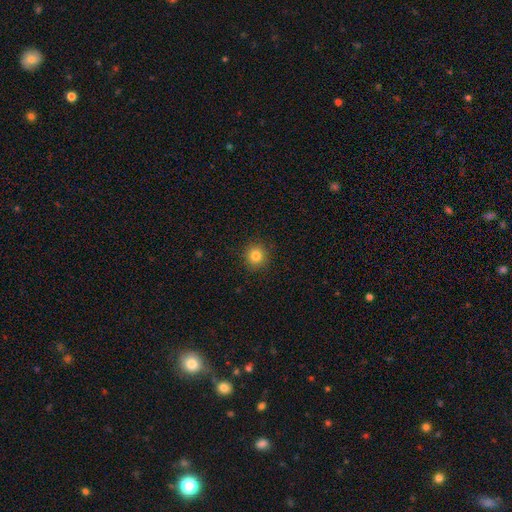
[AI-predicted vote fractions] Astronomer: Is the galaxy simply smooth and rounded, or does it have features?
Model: smooth — 83%.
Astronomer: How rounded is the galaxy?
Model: round — 92%.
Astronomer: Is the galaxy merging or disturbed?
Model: none — 91%.